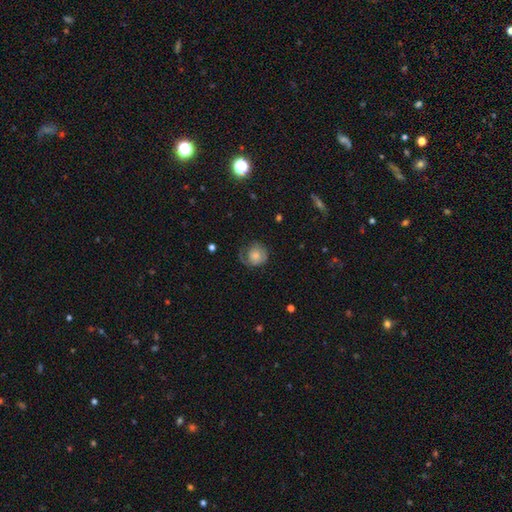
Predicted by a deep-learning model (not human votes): The model was most divided on "smooth or featured": smooth: 56%, featured or disk: 36%, star or artifact: 8%. More confident: how rounded — round (83%); merging — none (51%).